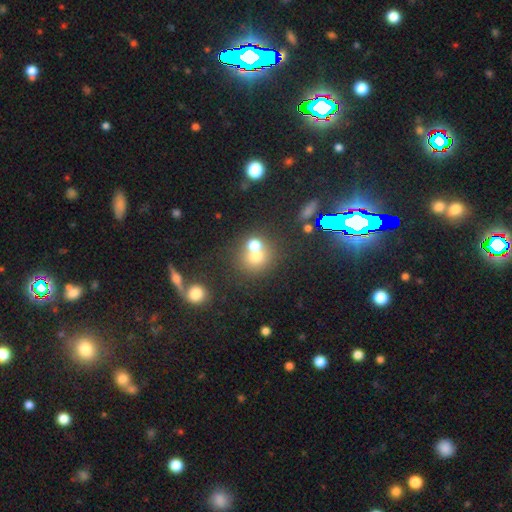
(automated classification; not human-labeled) A smooth galaxy with no disk features (66%) that is round (81%). Merging: merger (46%).